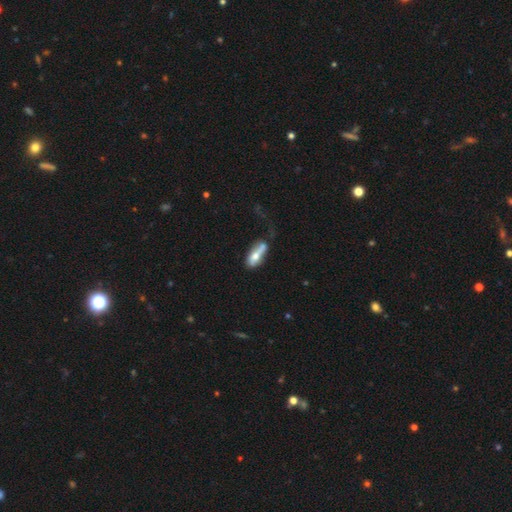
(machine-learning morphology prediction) This is possibly a smooth galaxy (53%). How rounded: likely in between (67%). Merging: marginally none (32%).